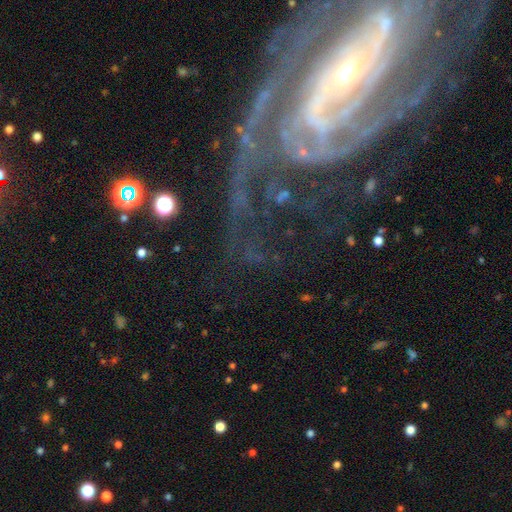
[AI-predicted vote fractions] smooth-or-featured: featured or disk: 82% | star or artifact: 11% | smooth: 8%
  disk-edge-on: no: 96% | yes: 4%
    bar: no: 44% | weak: 29% | strong: 27%
    has-spiral-arms: yes: 88% | no: 12%
      spiral-winding: tight: 45% | medium: 36% | loose: 19%
      spiral-arm-count: 2: 35% | can't tell: 24% | 3: 14% | 1: 10% | 4: 9% | more than 4: 8%
    bulge-size: small: 64% | moderate: 22% | none: 9% | large: 4% | dominant: 2%
  merging: none: 48% | major disturbance: 30% | minor disturbance: 17% | merger: 5%